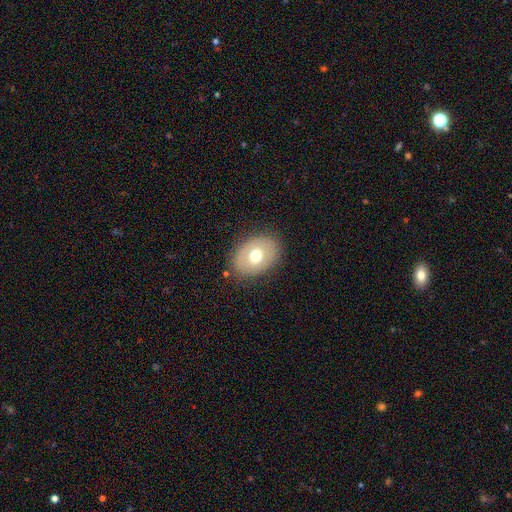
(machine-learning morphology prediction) smooth-or-featured: smooth: 62% | featured or disk: 30% | star or artifact: 8%
  how-rounded: in between: 72% | round: 27% | cigar-shaped: 1%
  merging: none: 84% | minor disturbance: 11% | major disturbance: 4% | merger: 1%